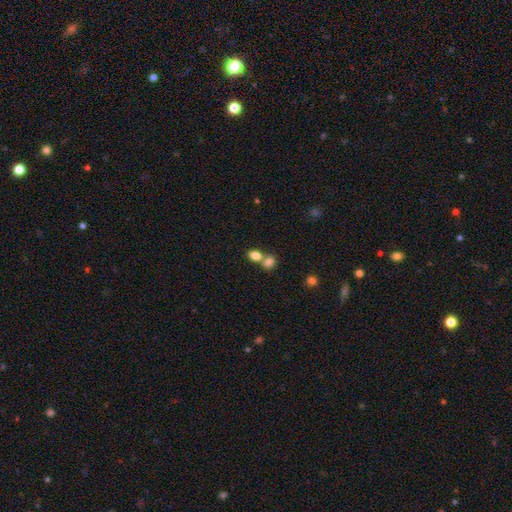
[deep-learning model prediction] This is clearly a smooth galaxy (82%). How rounded: likely in between (60%). Merging: possibly merger (54%).